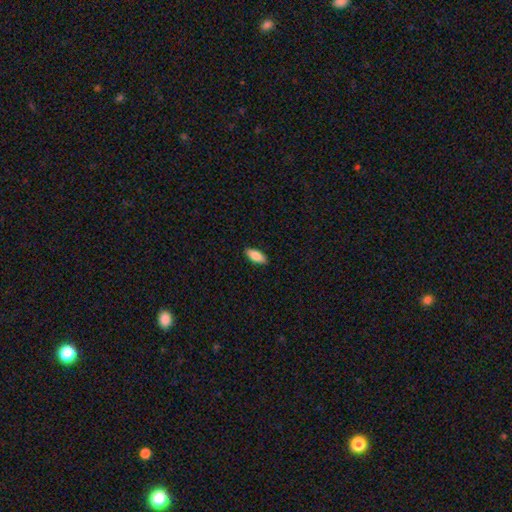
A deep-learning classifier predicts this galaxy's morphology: type=smooth (86%); roundness=in between (79%); merging=none (89%).